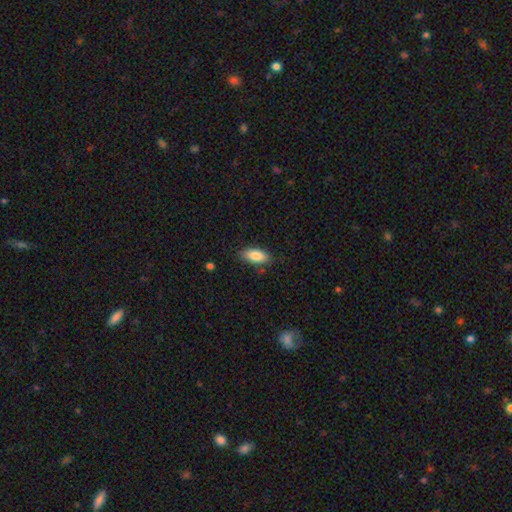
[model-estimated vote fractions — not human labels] Smooth or featured? Predicted: smooth (p=0.85). How rounded? Predicted: in between (p=0.86). Merging? Predicted: none (p=0.82).